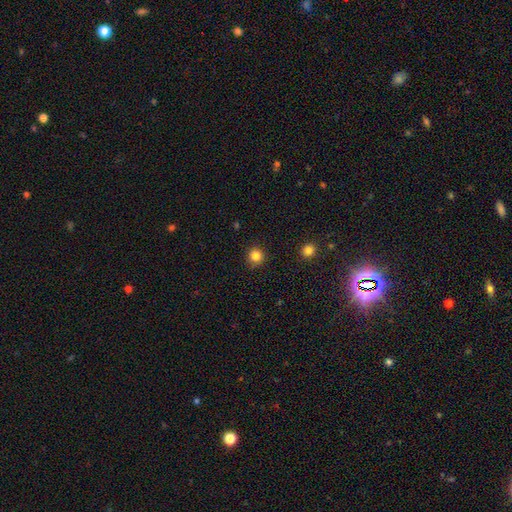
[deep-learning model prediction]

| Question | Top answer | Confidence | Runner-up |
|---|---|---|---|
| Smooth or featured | smooth | 83% | star or artifact (12%) |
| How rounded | round | 94% | in between (5%) |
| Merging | none | 90% | minor disturbance (7%) |